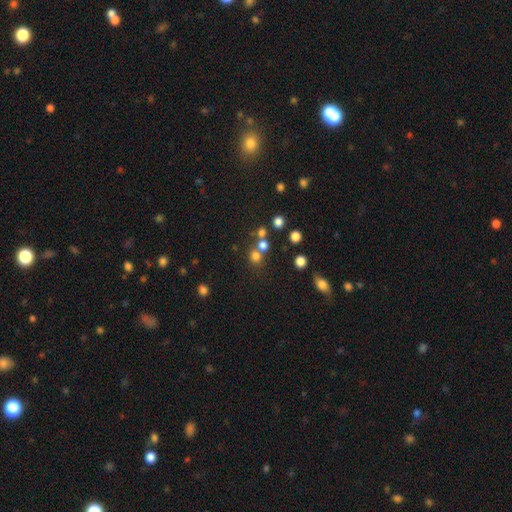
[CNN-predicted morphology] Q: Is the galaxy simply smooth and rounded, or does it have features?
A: smooth — 71%.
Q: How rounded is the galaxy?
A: round — 87%.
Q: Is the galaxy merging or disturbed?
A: none — 58%.